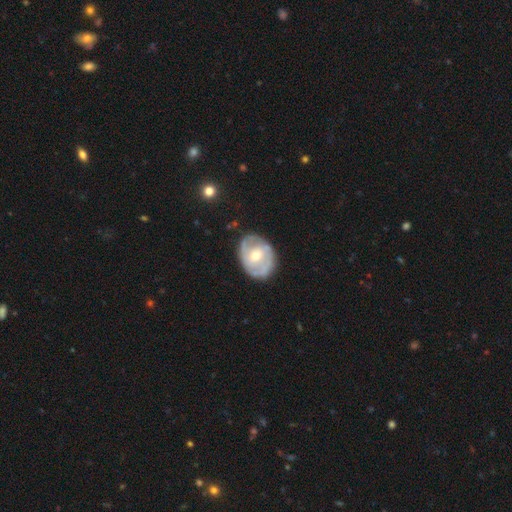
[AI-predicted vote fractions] A featured or disk galaxy (71%) with no bar (55%), 2 (52%) tight (49%) spiral arms (75%) and a moderate central bulge (54%).

Vote fractions:
- Smooth or featured? featured or disk: 71% / smooth: 24% / star or artifact: 5%
- Edge-on disk? no: 96% / yes: 4%
- Bar? no: 55% / weak: 35% / strong: 10%
- Spiral arms? yes: 75% / no: 25%
- Spiral winding? tight: 49% / medium: 36% / loose: 14%
- Spiral arm count? 2: 52% / can't tell: 29% / 3: 10% / 1: 4% / 4: 3% / more than 4: 2%
- Bulge size? moderate: 54% / small: 42% / large: 2% / none: 1% / dominant: 1%
- Merging? none: 74% / minor disturbance: 18% / major disturbance: 5% / merger: 2%